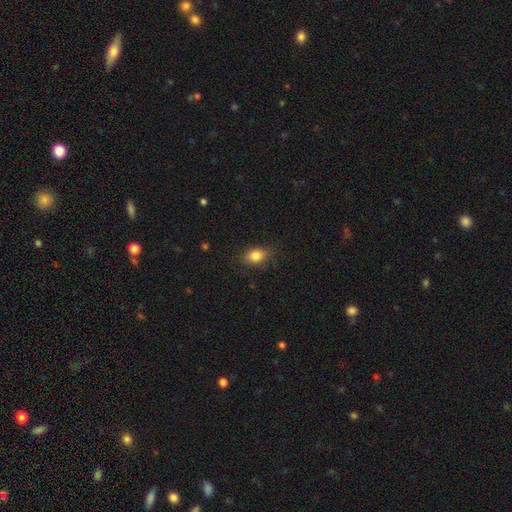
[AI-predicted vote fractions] smooth_or_featured: smooth (p=0.84) [alt: star or artifact p=0.10]
how_rounded: in between (p=0.68) [alt: round p=0.31]
merging: none (p=0.82) [alt: minor disturbance p=0.14]